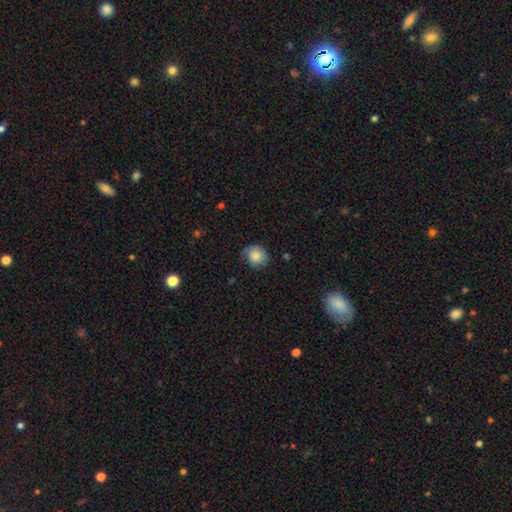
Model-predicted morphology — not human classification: Overall: smooth (82%). How rounded: round (73%). Merging: none (67%).